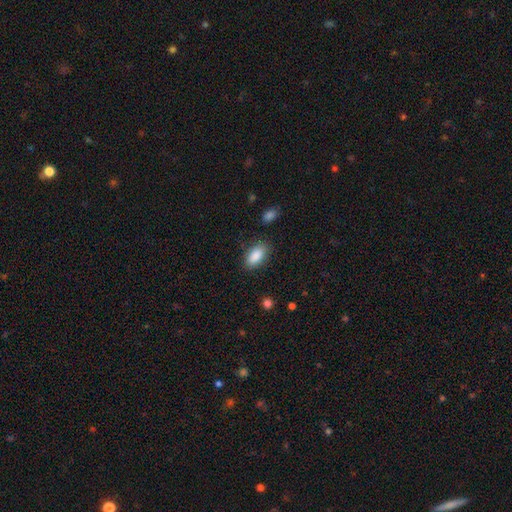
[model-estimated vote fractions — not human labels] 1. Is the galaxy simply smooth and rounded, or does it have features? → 88% smooth, 7% star or artifact, 5% featured or disk.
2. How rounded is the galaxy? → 92% in between, 4% cigar-shaped, 4% round.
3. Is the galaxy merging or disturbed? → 84% none, 11% minor disturbance, 3% major disturbance, 2% merger.